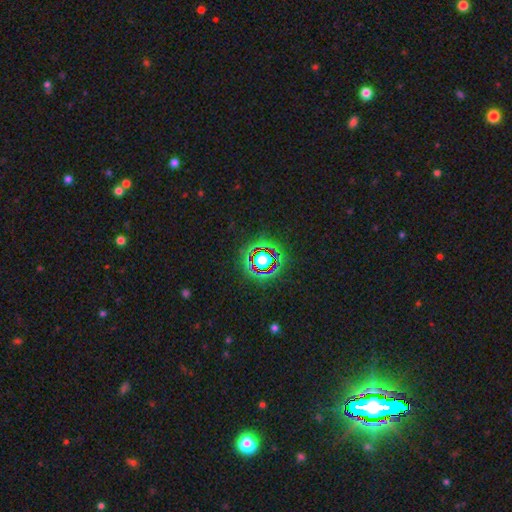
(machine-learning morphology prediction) This is clearly a star or artifact rather than a galaxy (80%).